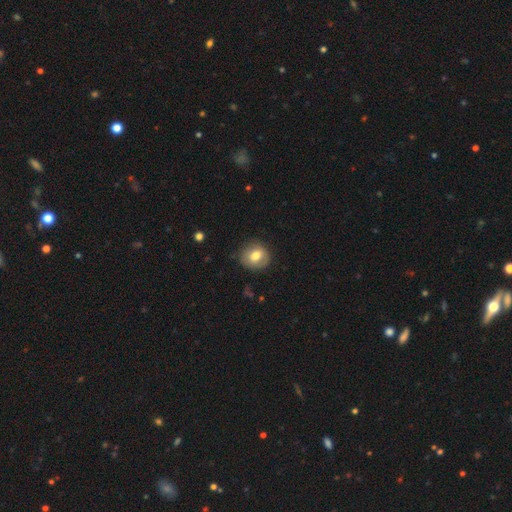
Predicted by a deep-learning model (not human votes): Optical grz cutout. It shows a smooth galaxy with no disk features (71%) that is round (80%). Merging: none (78%).